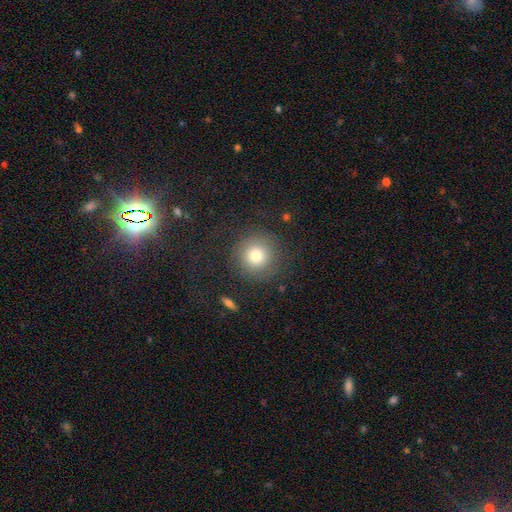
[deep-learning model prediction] Smooth or featured? Predicted: smooth (p=0.74). How rounded? Predicted: round (p=0.93). Merging? Predicted: none (p=0.82).